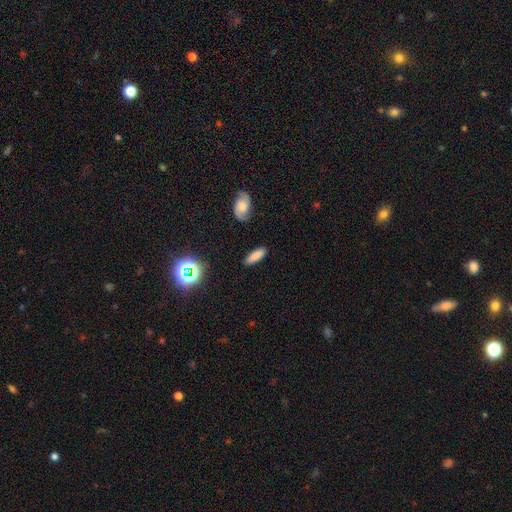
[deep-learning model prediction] Morphology: type=smooth (79%); roundness=in between (54%); merging=none (86%).